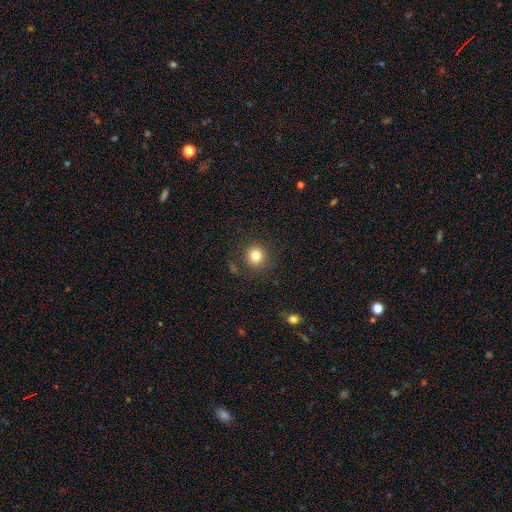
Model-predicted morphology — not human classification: smooth_or_featured: smooth (p=0.82) [alt: star or artifact p=0.12]
how_rounded: round (p=0.93) [alt: in between p=0.06]
merging: none (p=0.87) [alt: minor disturbance p=0.08]